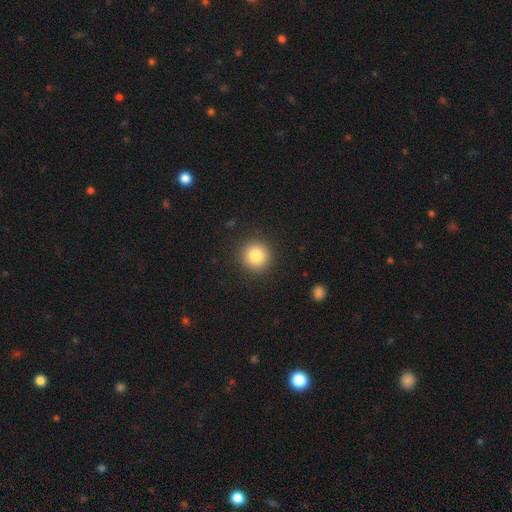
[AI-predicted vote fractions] Smooth or featured? smooth (83%)
How rounded? round (94%)
Merging? none (91%)